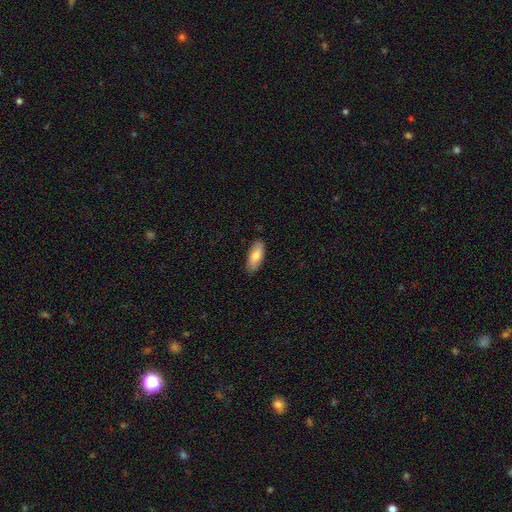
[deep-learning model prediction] Smooth or featured: smooth — 79% (featured or disk — 15%)
How rounded: in between — 80% (cigar-shaped — 18%)
Merging: none — 87% (minor disturbance — 11%)